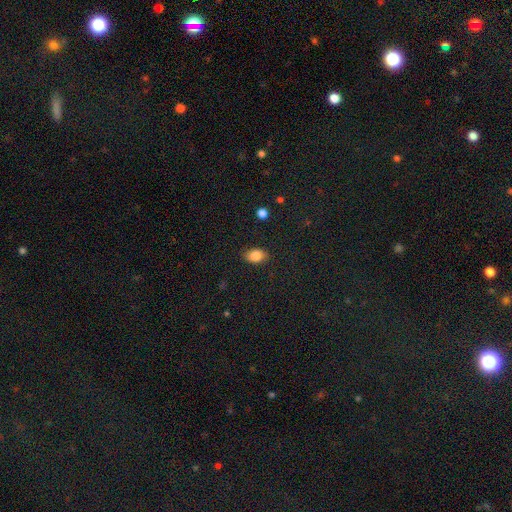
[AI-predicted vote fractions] Smooth or featured: smooth — 84% (star or artifact — 8%)
How rounded: in between — 82% (round — 17%)
Merging: none — 85% (minor disturbance — 11%)